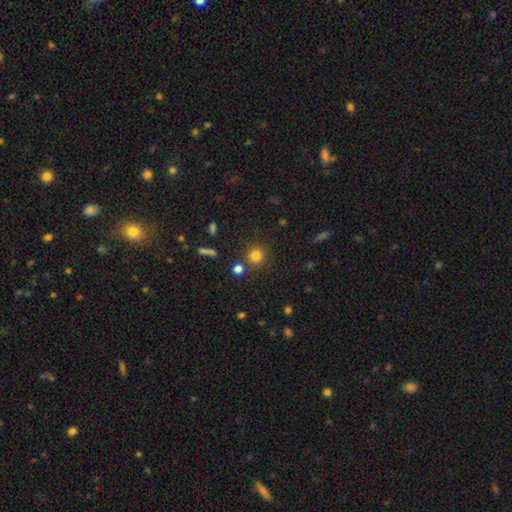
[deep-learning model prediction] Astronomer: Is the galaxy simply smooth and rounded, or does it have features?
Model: smooth — 79%.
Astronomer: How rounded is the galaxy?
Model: round — 92%.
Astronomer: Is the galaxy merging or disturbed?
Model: none — 80%.